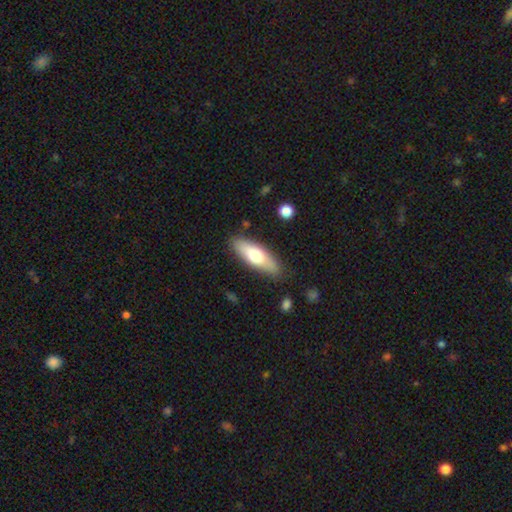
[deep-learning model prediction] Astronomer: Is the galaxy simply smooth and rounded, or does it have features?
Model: smooth — 63%.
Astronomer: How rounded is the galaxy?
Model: in between — 53% (runner-up: cigar-shaped, 45%).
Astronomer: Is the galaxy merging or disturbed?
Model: none — 85%.